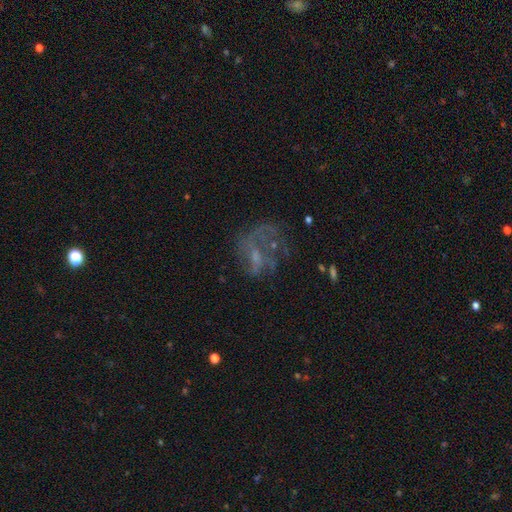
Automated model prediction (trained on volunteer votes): smooth_or_featured: featured or disk (p=0.58) [alt: smooth p=0.23]
disk_edge_on: no (p=0.97) [alt: yes p=0.03]
bar: no (p=0.62) [alt: weak p=0.31]
has_spiral_arms: no (p=0.55) [alt: yes p=0.45]
bulge_size: small (p=0.41) [alt: none p=0.35]
merging: major disturbance (p=0.40) [alt: none p=0.39]